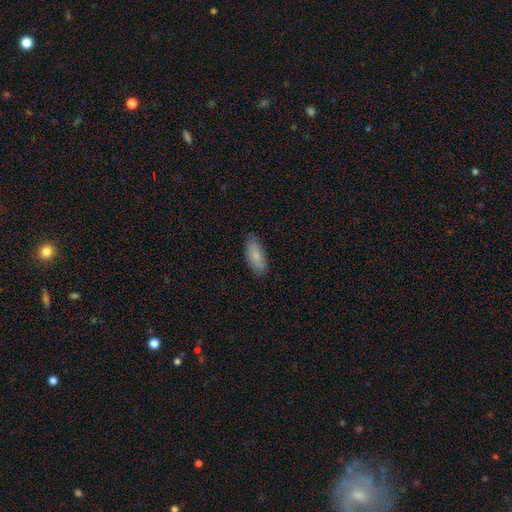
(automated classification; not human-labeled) smooth_or_featured: smooth (p=0.81) [alt: featured or disk p=0.13]
how_rounded: in between (p=0.82) [alt: cigar-shaped p=0.16]
merging: none (p=0.82) [alt: minor disturbance p=0.15]